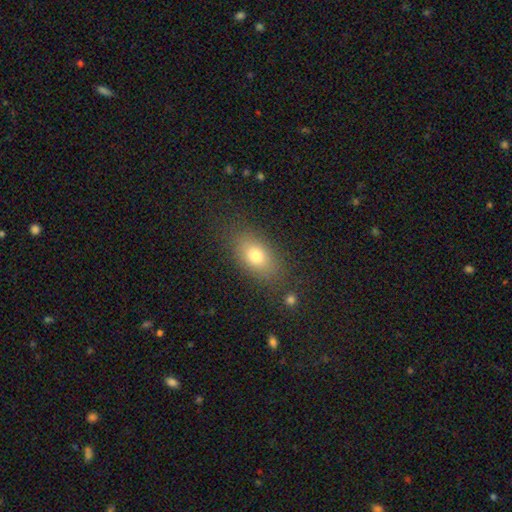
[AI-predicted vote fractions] This appears to be a smooth galaxy with no disk features (76%) that is in between round and cigar-shaped (82%). Merging: none (80%).